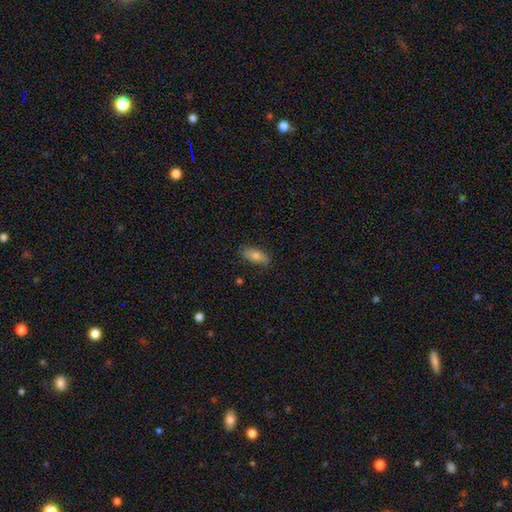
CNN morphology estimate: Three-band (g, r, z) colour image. It shows a smooth galaxy with no disk features (72%) that is in between round and cigar-shaped (76%). Merging: none (82%).